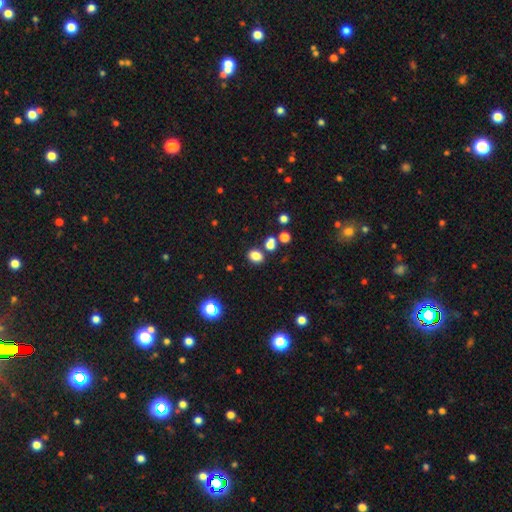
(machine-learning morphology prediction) This is clearly a smooth galaxy (81%). How rounded: likely in between (63%). Merging: likely none (74%).